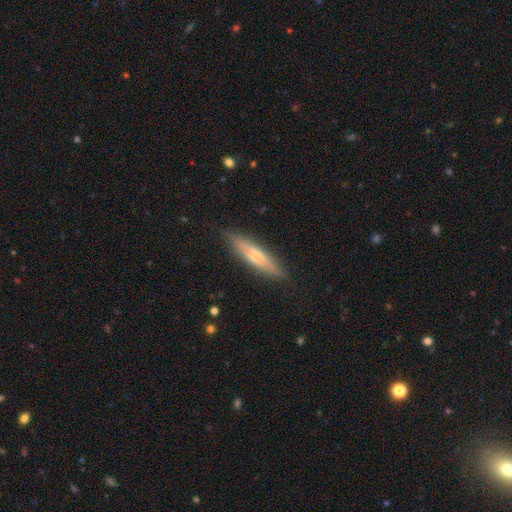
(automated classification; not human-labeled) This is possibly a smooth galaxy (54%). How rounded: clearly cigar-shaped (82%). Merging: clearly none (85%).